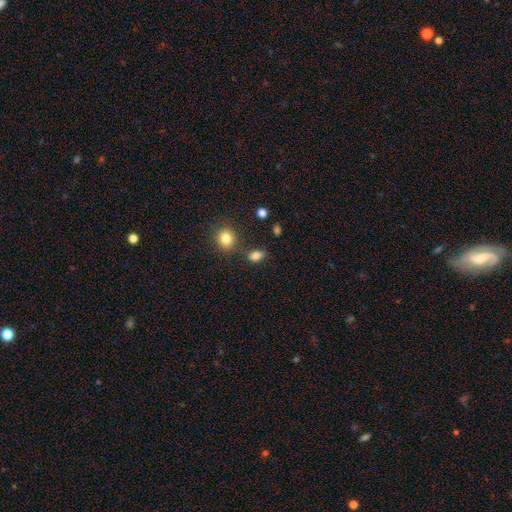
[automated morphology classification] This is clearly a smooth galaxy (82%). How rounded: likely in between (75%). Merging: likely none (67%).